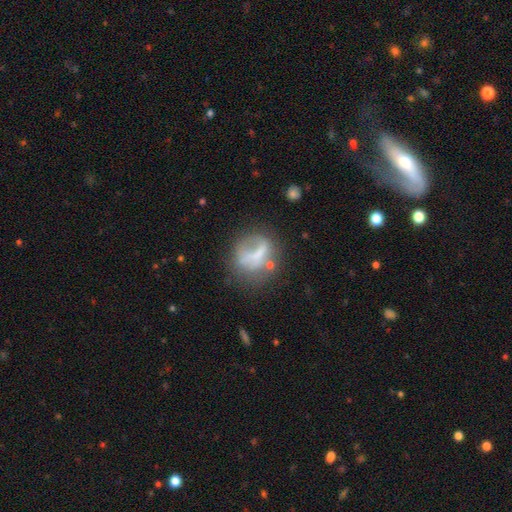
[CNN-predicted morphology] Smooth or featured? Predicted: smooth (p=0.50). Merging? Predicted: none (p=0.41).